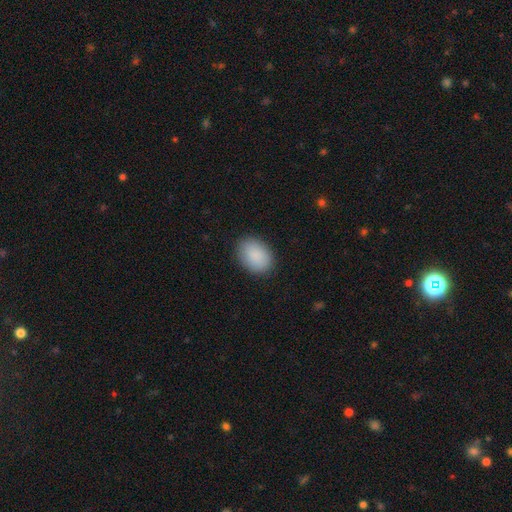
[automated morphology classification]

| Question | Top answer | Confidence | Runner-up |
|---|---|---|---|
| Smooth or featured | smooth | 90% | star or artifact (7%) |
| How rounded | in between | 78% | round (21%) |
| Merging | none | 88% | minor disturbance (9%) |